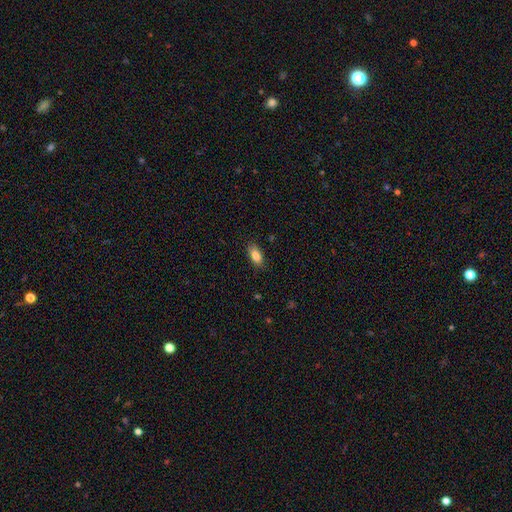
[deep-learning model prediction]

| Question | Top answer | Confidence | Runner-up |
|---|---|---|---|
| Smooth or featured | smooth | 84% | featured or disk (8%) |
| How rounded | in between | 89% | cigar-shaped (7%) |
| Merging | none | 85% | minor disturbance (12%) |